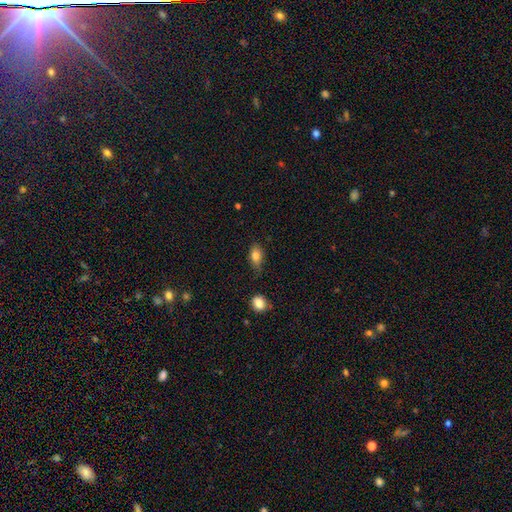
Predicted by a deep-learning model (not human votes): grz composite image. It shows a smooth galaxy with no disk features (81%) that is in between round and cigar-shaped (85%). Merging: none (69%).